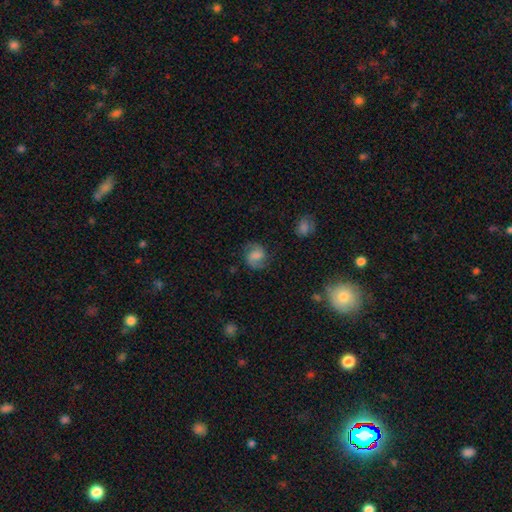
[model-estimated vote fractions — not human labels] This is likely a featured or disk galaxy (65%). It is clearly not viewed edge-on (98%). Bar: possibly weak (47%). Spiral arm pattern: clearly yes (94%). Spiral arm count: clearly 2 (89%). Spiral winding: possibly medium (50%). Central bulge: marginally none (37%). Merging: likely none (75%).